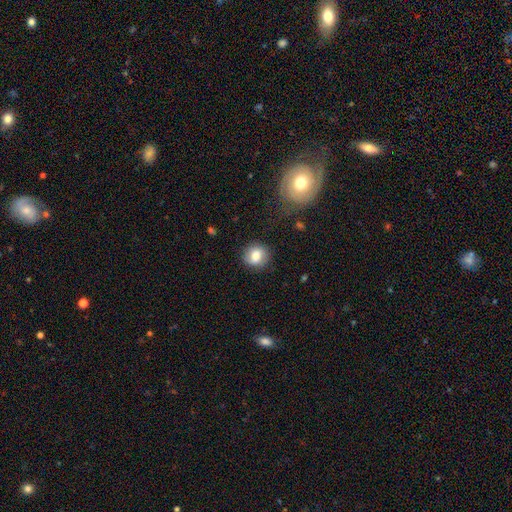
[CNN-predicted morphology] Overall: smooth (78%). How rounded: round (80%). Merging: none (82%).